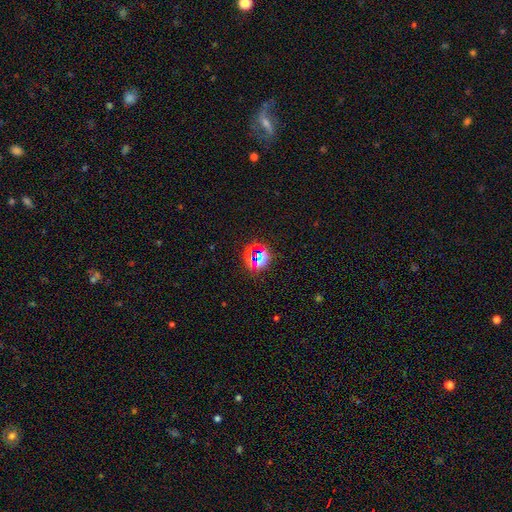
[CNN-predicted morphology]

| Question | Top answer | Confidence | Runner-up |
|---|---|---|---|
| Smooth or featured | star or artifact | 66% | smooth (23%) |